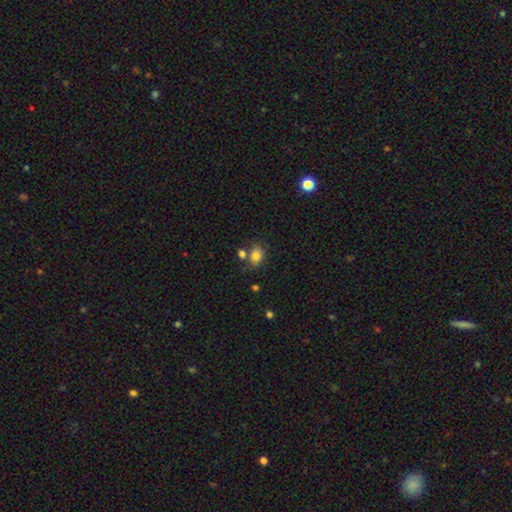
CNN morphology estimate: Overall: smooth (81%). How rounded: in between (59%; round 40%). Merging: none (60%; merger 22%).